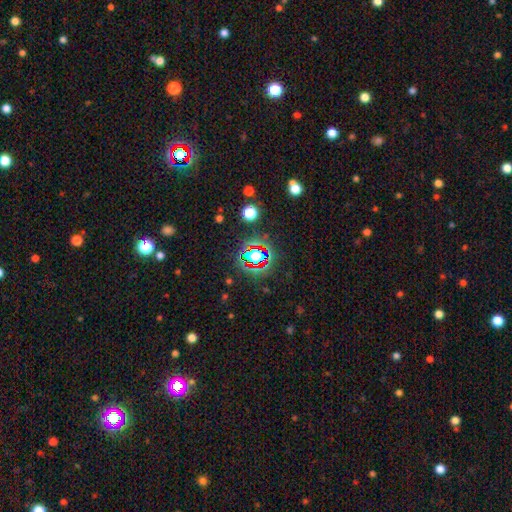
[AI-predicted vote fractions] A star or artifact, not a galaxy (67%).

Vote fractions:
- Smooth or featured? star or artifact: 67% / smooth: 21% / featured or disk: 11%